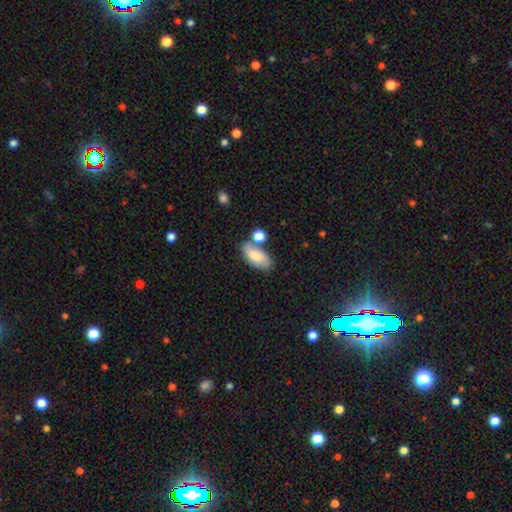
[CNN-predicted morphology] type=smooth (70%); roundness=in between (89%); merging=none (55%).